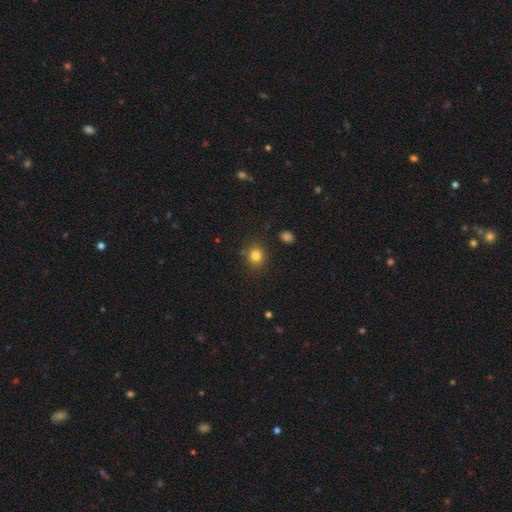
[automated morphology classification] smooth 81%, star or artifact 13%, featured or disk 6%. Down the decision tree: how rounded — round (80%); merging — none (86%).